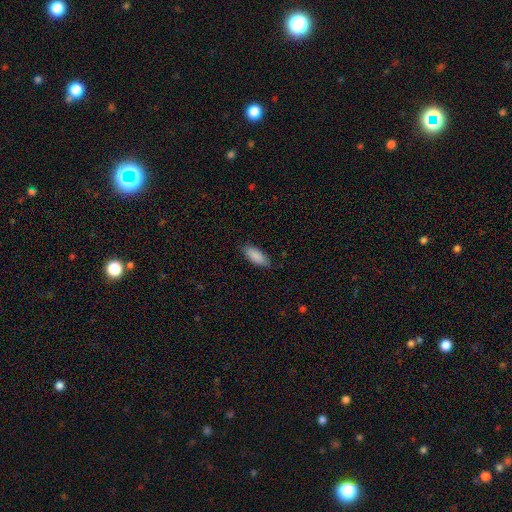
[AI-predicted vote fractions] Smooth or featured?
  - smooth: 89% *
  - star or artifact: 6%
  - featured or disk: 5%
How rounded?
  - in between: 83% *
  - cigar-shaped: 15%
  - round: 2%
Merging?
  - none: 83% *
  - minor disturbance: 13%
  - major disturbance: 2%
  - merger: 1%